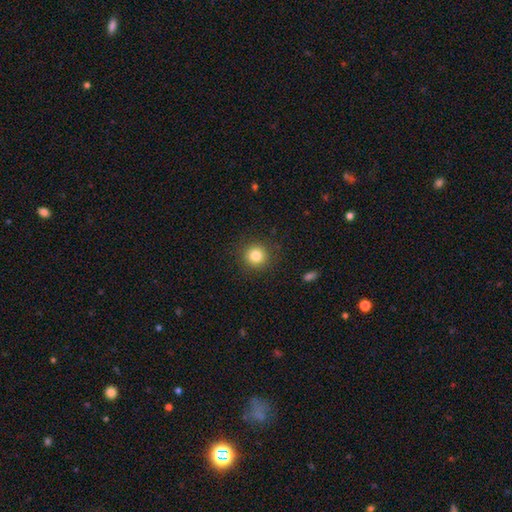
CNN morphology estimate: The model was most divided on "smooth or featured": smooth: 83%, star or artifact: 11%, featured or disk: 6%. More confident: how rounded — round (93%); merging — none (89%).